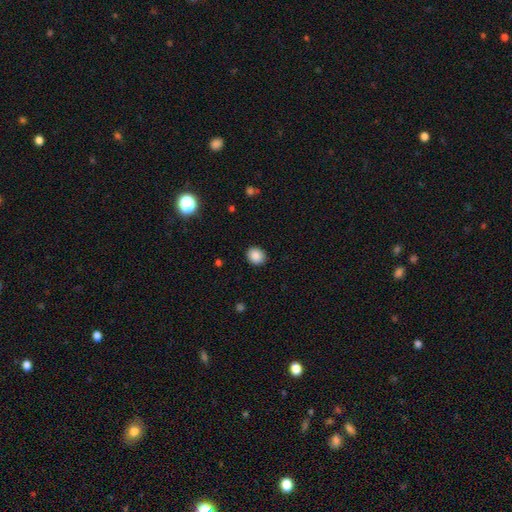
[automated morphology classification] smooth_or_featured: smooth (p=0.88) [alt: star or artifact p=0.09]
how_rounded: round (p=0.73) [alt: in between p=0.26]
merging: none (p=0.90) [alt: minor disturbance p=0.07]